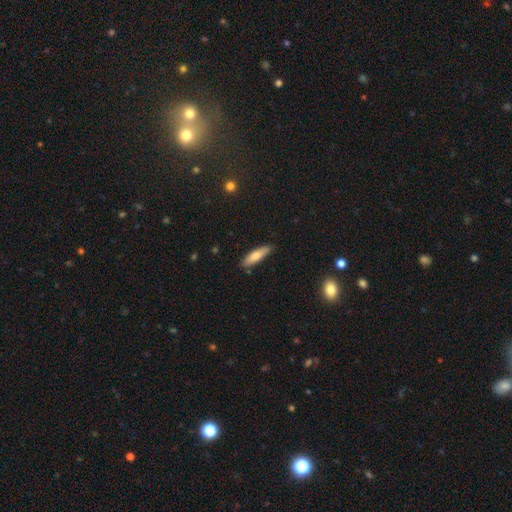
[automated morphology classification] Overall: smooth (72%). How rounded: cigar-shaped (64%; in between 34%). Merging: none (85%).